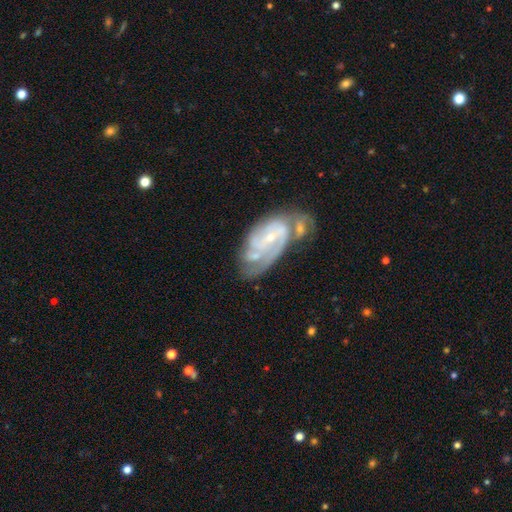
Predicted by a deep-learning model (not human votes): Morphology: type=featured or disk (84%); edge-on=no (97%); bar=weak (41%); spiral arms=yes (93%); winding=medium (44%); arm count=2 (45%); bulge=small (75%); merging=merger (46%).